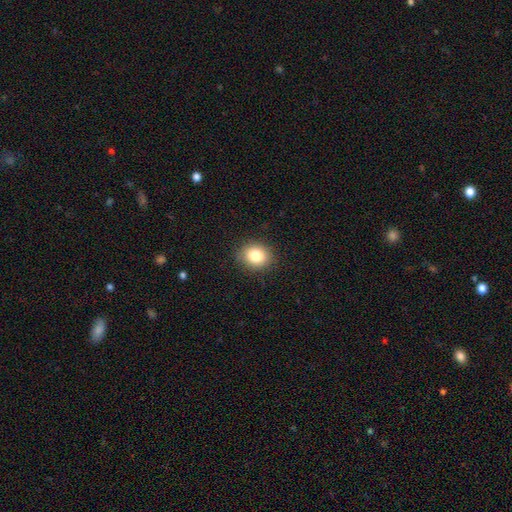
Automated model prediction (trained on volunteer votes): This is clearly a smooth galaxy (83%). How rounded: likely round (63%). Merging: clearly none (88%).